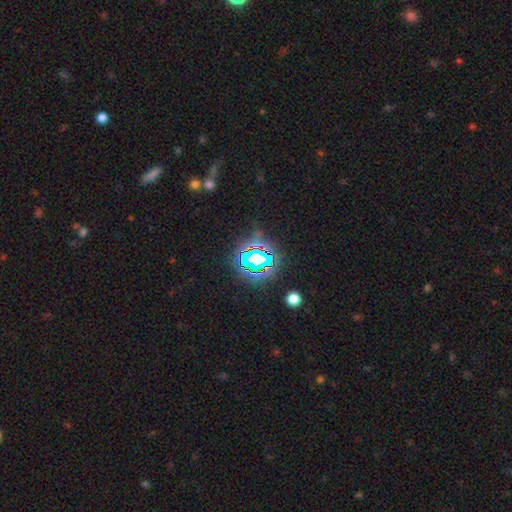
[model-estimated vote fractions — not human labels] The model was most divided on "smooth or featured": star or artifact: 71%, smooth: 17%, featured or disk: 13%.